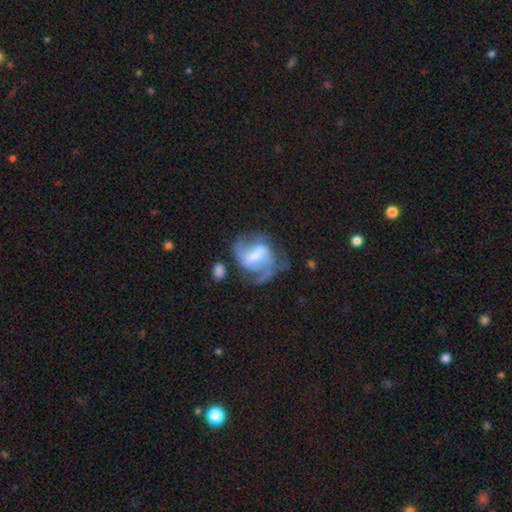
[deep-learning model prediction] Smooth or featured?
  - featured or disk: 76% *
  - smooth: 17%
  - star or artifact: 7%
Edge-on disk?
  - no: 98% *
  - yes: 2%
Bar?
  - weak: 48% *
  - strong: 26%
  - no: 26%
Spiral arms?
  - yes: 86% *
  - no: 14%
Spiral winding?
  - medium: 47% *
  - loose: 32%
  - tight: 22%
Spiral arm count?
  - 2: 53% *
  - can't tell: 19%
  - 3: 13%
  - 1: 9%
  - 4: 3%
  - more than 4: 3%
Bulge size?
  - moderate: 37% *
  - small: 27%
  - large: 18%
  - none: 16%
  - dominant: 2%
Merging?
  - none: 40% *
  - major disturbance: 32%
  - minor disturbance: 21%
  - merger: 7%